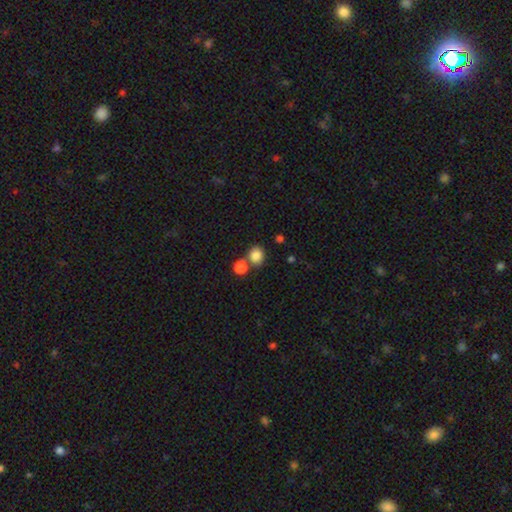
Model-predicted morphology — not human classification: This is clearly a smooth galaxy (84%). How rounded: likely round (73%). Merging: possibly none (59%).